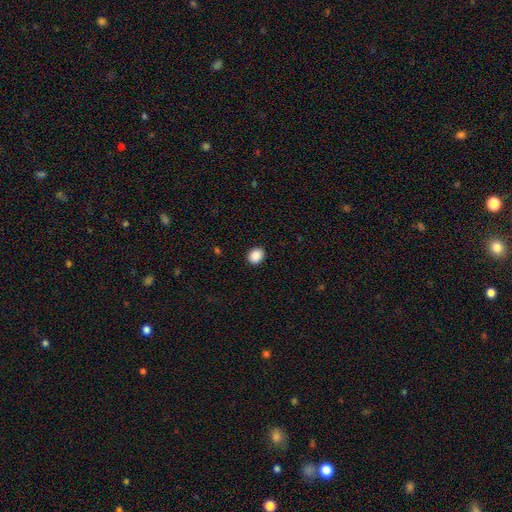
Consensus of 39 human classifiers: smooth 95%, star or artifact 5%, featured or disk 0%. Down the decision tree: how rounded — in between (62%); merging — none (92%).